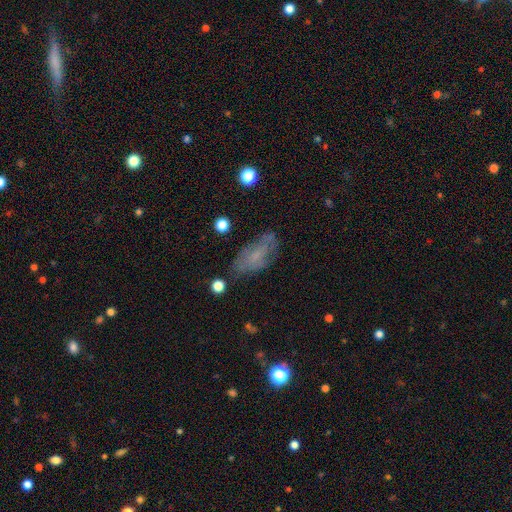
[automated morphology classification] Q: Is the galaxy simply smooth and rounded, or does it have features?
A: smooth — 50%.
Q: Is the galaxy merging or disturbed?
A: none — 59%.